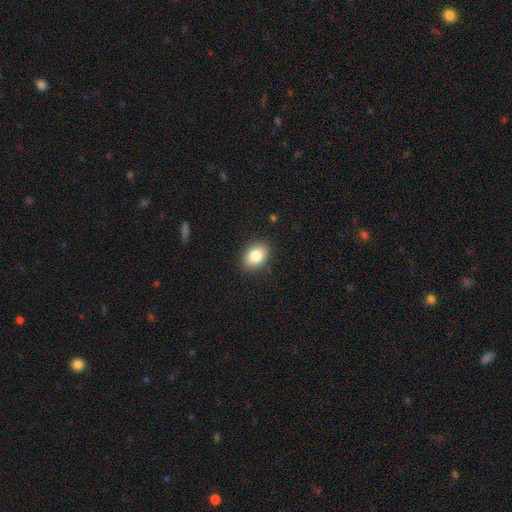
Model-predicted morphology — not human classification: Smooth or featured: smooth — 83% (star or artifact — 9%)
How rounded: in between — 74% (round — 25%)
Merging: none — 87% (minor disturbance — 9%)